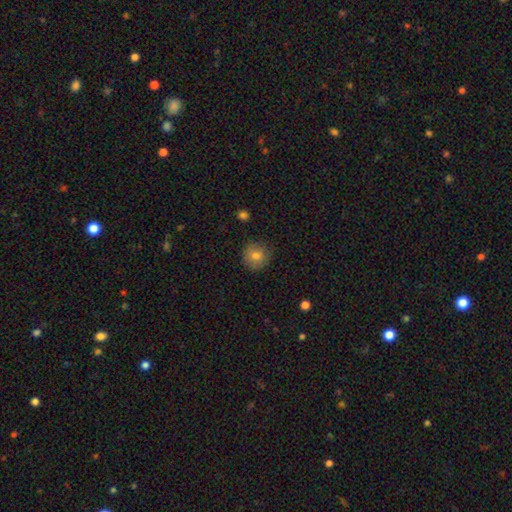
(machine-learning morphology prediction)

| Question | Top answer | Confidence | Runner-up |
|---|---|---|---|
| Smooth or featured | smooth | 80% | featured or disk (11%) |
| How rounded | round | 92% | in between (7%) |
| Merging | none | 85% | minor disturbance (11%) |